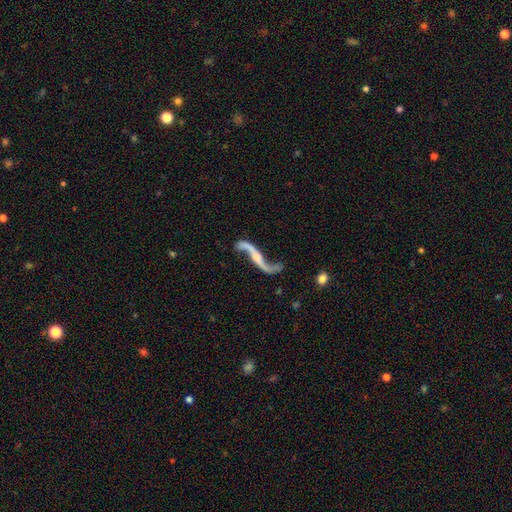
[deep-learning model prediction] This is clearly a featured or disk galaxy (88%). It is clearly not viewed edge-on (85%). Bar: possibly no (49%). Spiral arm pattern: clearly yes (94%). Spiral arm count: clearly 2 (93%). Spiral winding: clearly loose (95%). Central bulge: marginally small (37%). Merging: likely none (65%).